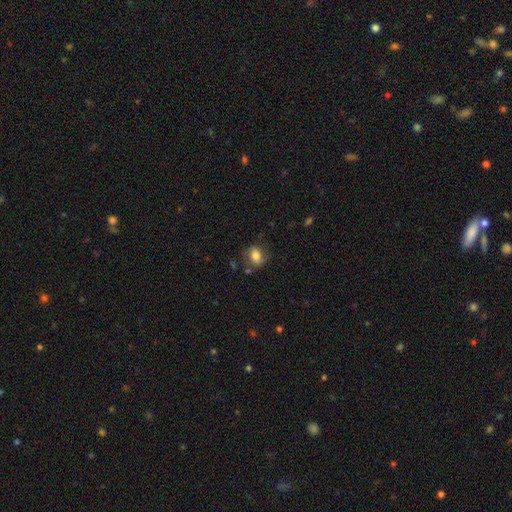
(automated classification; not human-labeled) Smooth or featured? Predicted: smooth (p=0.75). How rounded? Predicted: in between (p=0.61). Merging? Predicted: none (p=0.70).